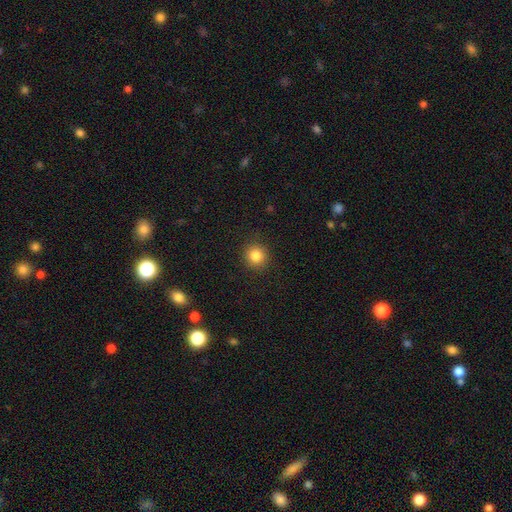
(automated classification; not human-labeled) A smooth galaxy with no disk features (84%) that is round (92%).

Vote fractions:
- Smooth or featured? smooth: 84% / star or artifact: 11% / featured or disk: 5%
- How rounded? round: 92% / in between: 7% / cigar-shaped: 1%
- Merging? none: 91% / minor disturbance: 6% / major disturbance: 2% / merger: 1%